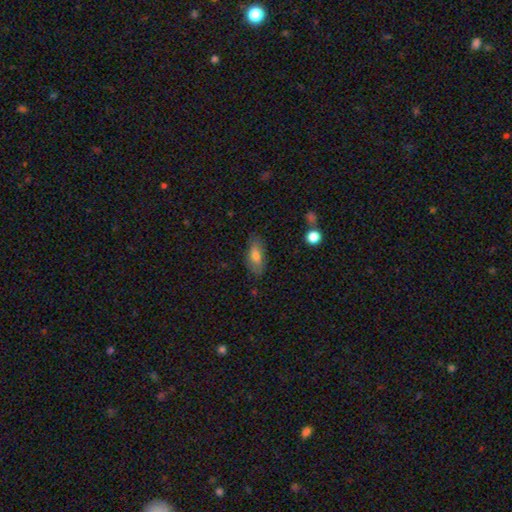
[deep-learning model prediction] A smooth galaxy with no disk features (75%) that is in between round and cigar-shaped (79%).

Vote fractions:
- Smooth or featured? smooth: 75% / featured or disk: 18% / star or artifact: 7%
- How rounded? in between: 79% / cigar-shaped: 18% / round: 3%
- Merging? none: 79% / minor disturbance: 16% / major disturbance: 4% / merger: 2%